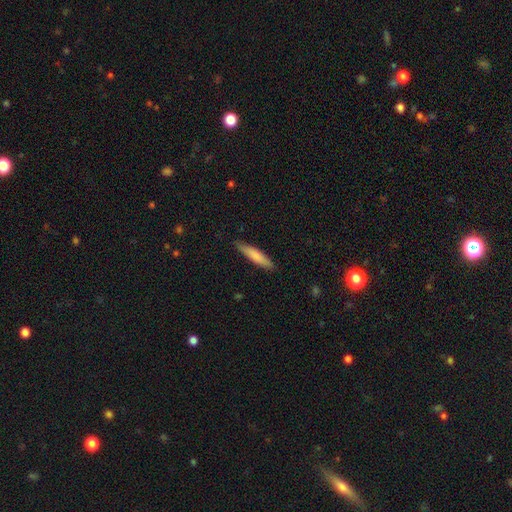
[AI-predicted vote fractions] Overall: smooth (77%). How rounded: cigar-shaped (84%). Merging: none (85%).